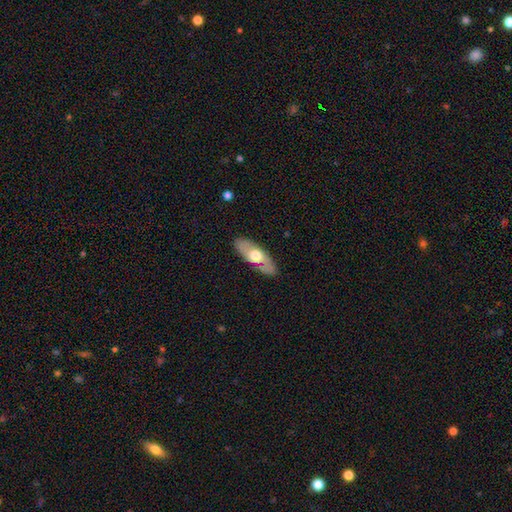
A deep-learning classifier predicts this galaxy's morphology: smooth 48%, featured or disk 47%, star or artifact 5%. Down the decision tree: merging — none (84%).